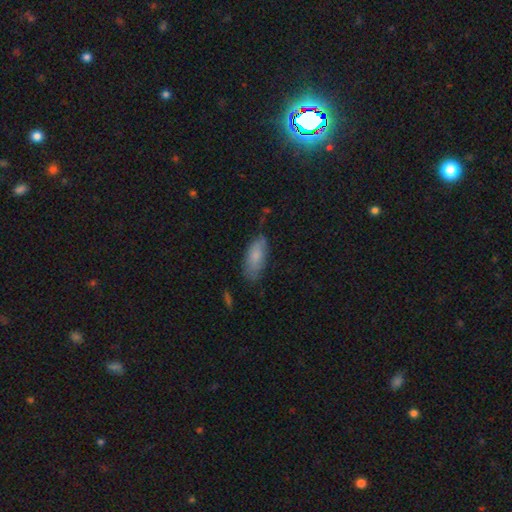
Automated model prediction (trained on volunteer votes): smooth 77%, featured or disk 16%, star or artifact 7%. Down the decision tree: how rounded — in between (85%); merging — none (63%).